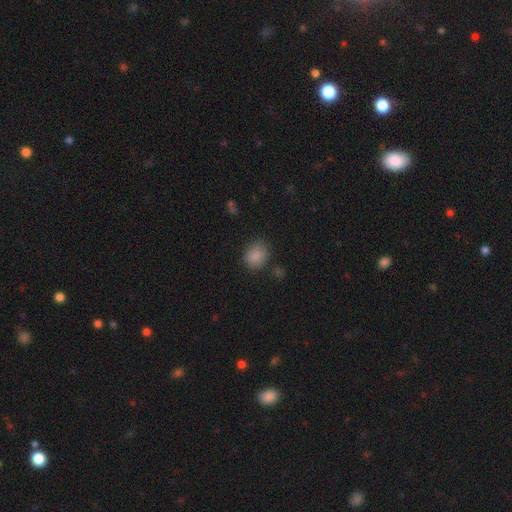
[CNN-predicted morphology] smooth-or-featured: smooth: 87% | star or artifact: 9% | featured or disk: 4%
  how-rounded: round: 61% | in between: 38% | cigar-shaped: 1%
  merging: none: 79% | minor disturbance: 14% | major disturbance: 4% | merger: 3%